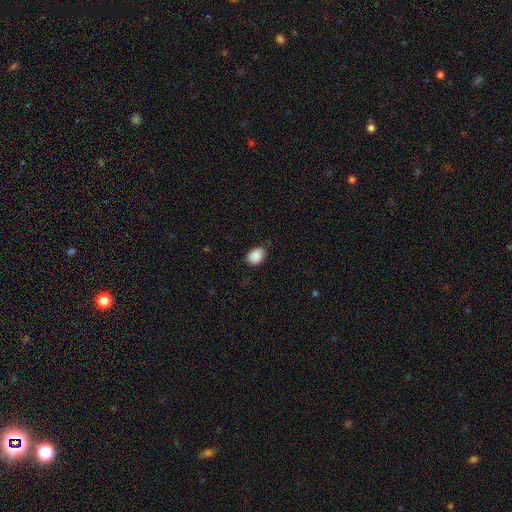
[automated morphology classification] Q: Smooth or featured?
A: smooth (89%); runner-up: star or artifact (7%)
Q: How rounded?
A: in between (71%); runner-up: round (28%)
Q: Merging?
A: none (80%); runner-up: minor disturbance (16%)